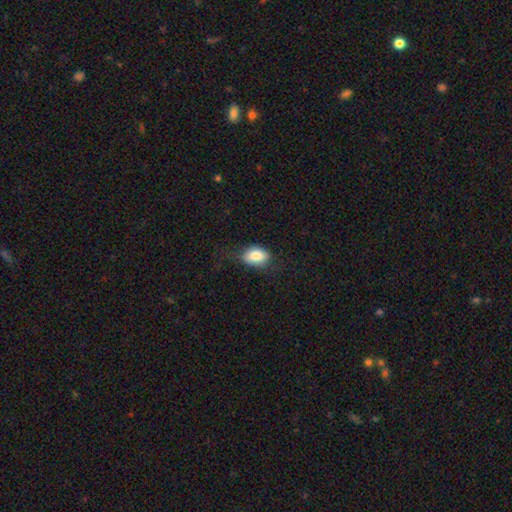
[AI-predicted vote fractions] Overall: smooth (82%). How rounded: in between (77%). Merging: none (68%).